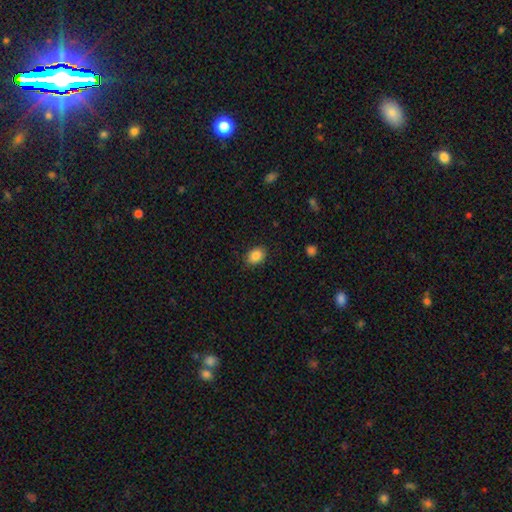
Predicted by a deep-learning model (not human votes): A smooth galaxy with no disk features (86%) that is in between round and cigar-shaped (73%). Merging: none (87%).